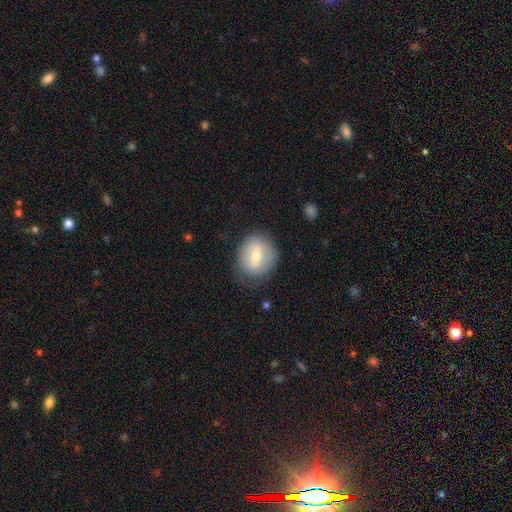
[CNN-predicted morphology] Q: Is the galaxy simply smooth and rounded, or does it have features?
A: smooth — 61%.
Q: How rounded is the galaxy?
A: round — 72%.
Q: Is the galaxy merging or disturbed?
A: none — 73%.